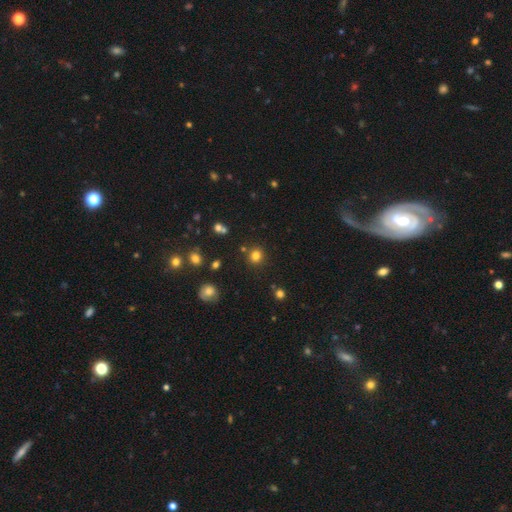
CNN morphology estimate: smooth_or_featured: smooth (p=0.80) [alt: star or artifact p=0.15]
how_rounded: round (p=0.89) [alt: in between p=0.10]
merging: none (p=0.86) [alt: minor disturbance p=0.07]